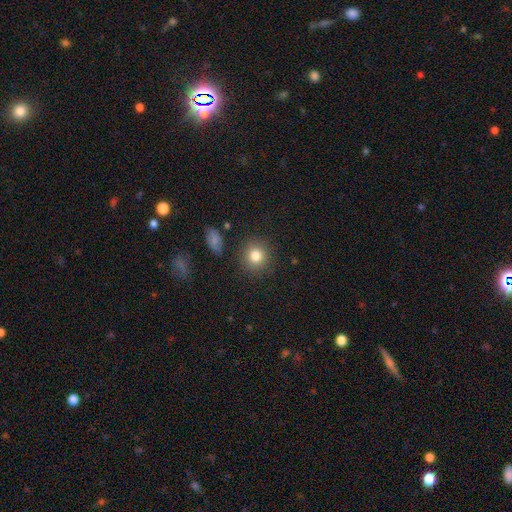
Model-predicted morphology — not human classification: Smooth or featured? Predicted: smooth (p=0.82). How rounded? Predicted: round (p=0.88). Merging? Predicted: none (p=0.87).